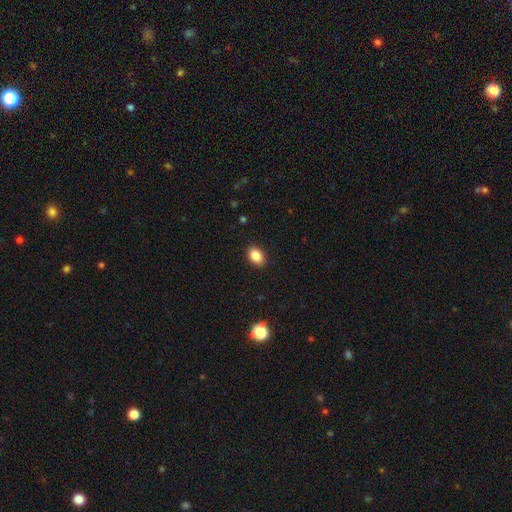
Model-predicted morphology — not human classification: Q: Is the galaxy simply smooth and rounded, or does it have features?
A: smooth — 87%.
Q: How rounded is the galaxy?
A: in between — 79%.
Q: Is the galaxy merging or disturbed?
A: none — 90%.